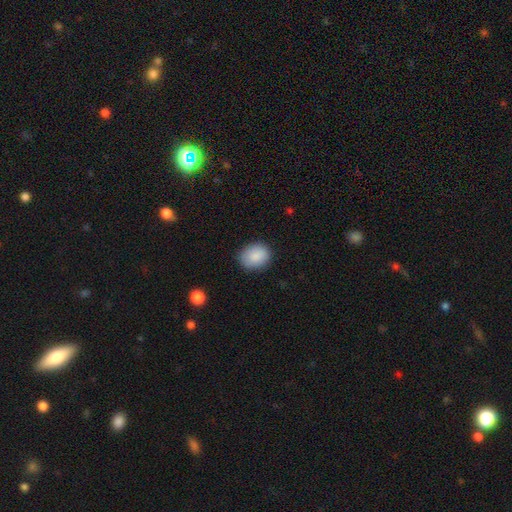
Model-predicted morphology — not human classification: Smooth or featured: smooth — 88% (star or artifact — 7%)
How rounded: round — 54% (in between — 45%)
Merging: none — 85% (minor disturbance — 12%)